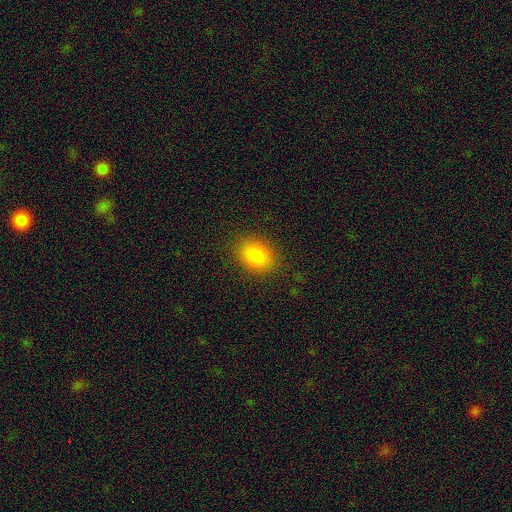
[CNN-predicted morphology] type=smooth (84%); roundness=in between (61%); merging=none (85%).